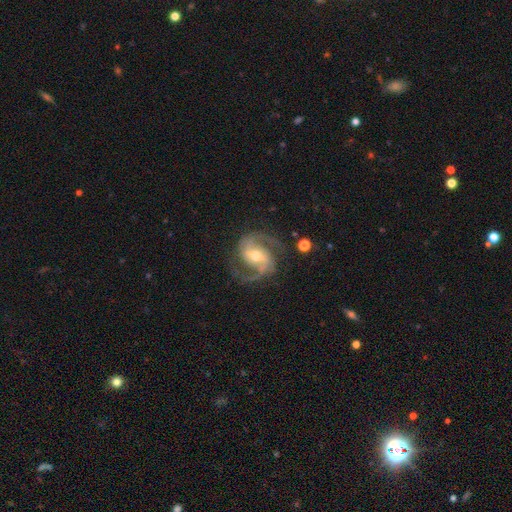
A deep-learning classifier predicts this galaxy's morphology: This appears to be a featured or disk galaxy (92%) with a weak bar (42%), 2 (90%) medium (61%) spiral arms (98%) and a moderate central bulge (61%). Merging: none (77%).